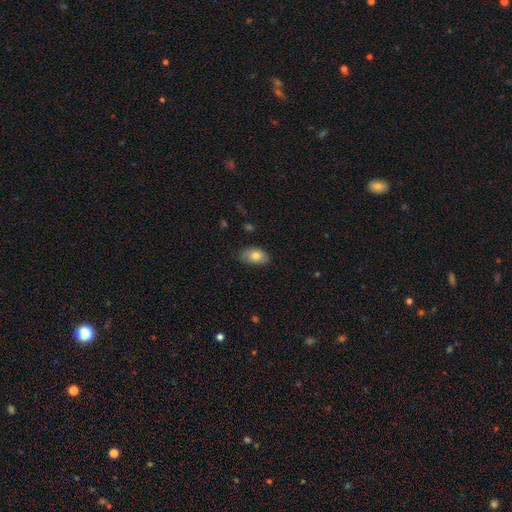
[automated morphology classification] smooth-or-featured: smooth: 80% | featured or disk: 13% | star or artifact: 7%
  how-rounded: in between: 91% | round: 7% | cigar-shaped: 2%
  merging: none: 81% | minor disturbance: 15% | major disturbance: 3% | merger: 1%